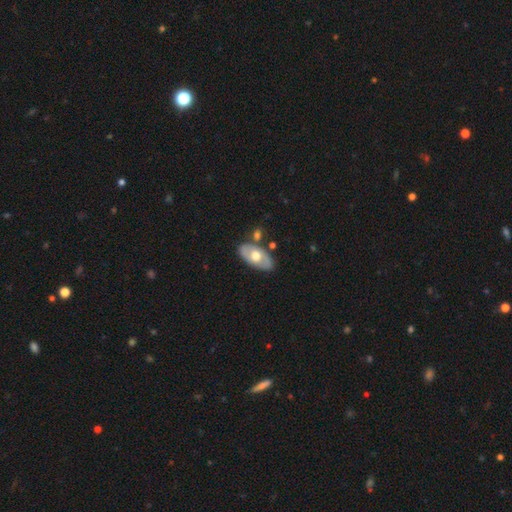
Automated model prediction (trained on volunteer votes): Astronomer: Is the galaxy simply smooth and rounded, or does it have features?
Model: featured or disk — 49% (runner-up: smooth, 46%).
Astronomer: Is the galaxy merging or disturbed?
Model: none — 74%.